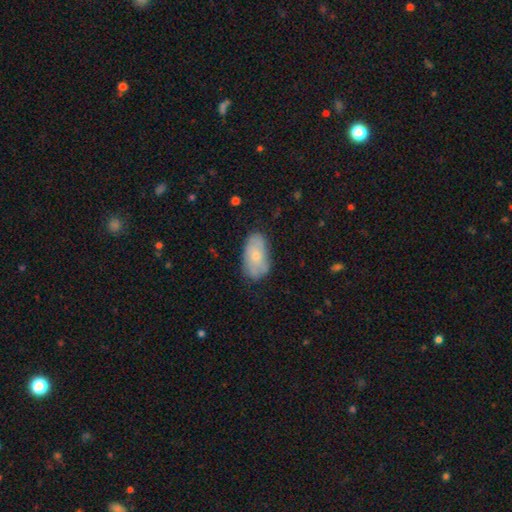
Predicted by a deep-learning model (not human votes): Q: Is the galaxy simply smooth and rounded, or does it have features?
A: smooth — 56%.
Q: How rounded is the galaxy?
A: in between — 93%.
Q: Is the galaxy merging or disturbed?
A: none — 71%.